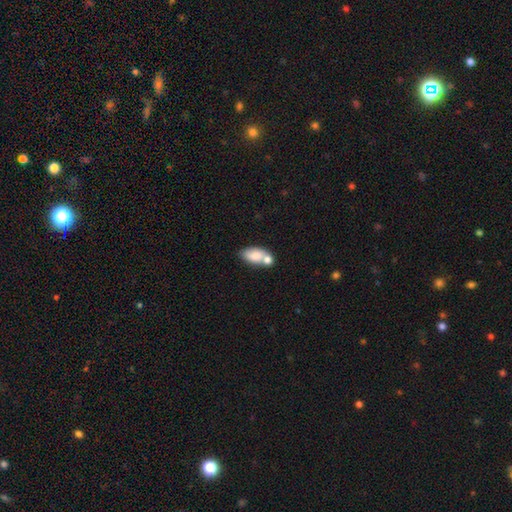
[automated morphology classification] Smooth or featured?
  - smooth: 78% *
  - featured or disk: 15%
  - star or artifact: 8%
How rounded?
  - in between: 90% *
  - round: 5%
  - cigar-shaped: 5%
Merging?
  - none: 40% *
  - merger: 39%
  - minor disturbance: 15%
  - major disturbance: 6%